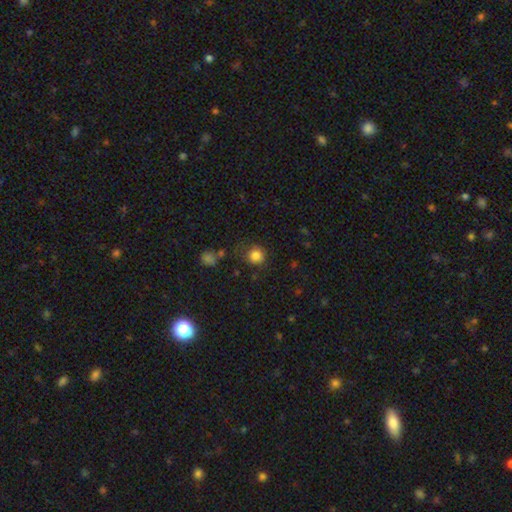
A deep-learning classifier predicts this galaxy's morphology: This appears to be a smooth galaxy with no disk features (84%) that is round (90%). Merging: none (77%).